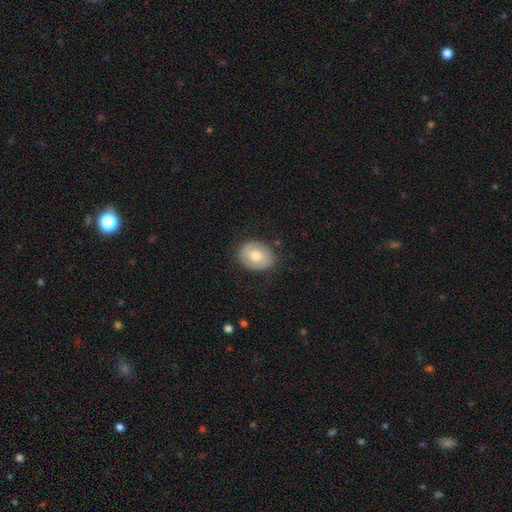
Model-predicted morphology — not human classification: Smooth or featured? smooth (67%)
How rounded? in between (55%)
Merging? none (81%)